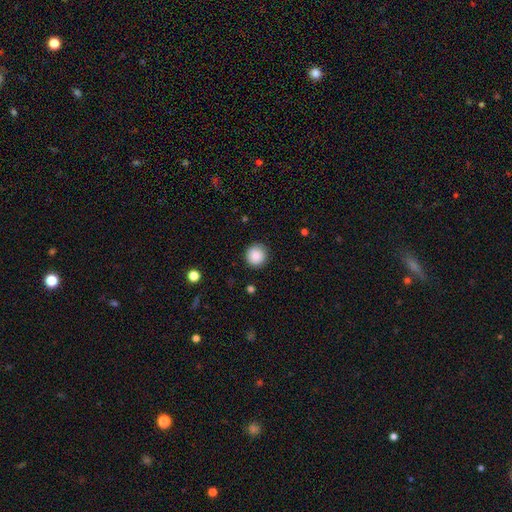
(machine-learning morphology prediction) smooth-or-featured: smooth: 88% | star or artifact: 9% | featured or disk: 3%
  how-rounded: round: 95% | in between: 4% | cigar-shaped: 1%
  merging: none: 90% | minor disturbance: 6% | major disturbance: 2% | merger: 1%